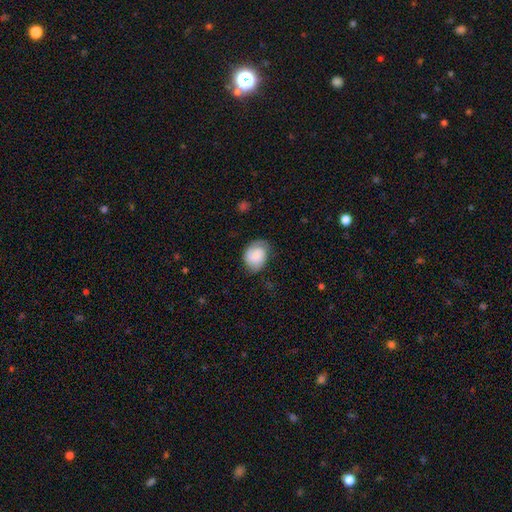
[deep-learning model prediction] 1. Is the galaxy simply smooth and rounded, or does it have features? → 65% smooth, 28% featured or disk, 8% star or artifact.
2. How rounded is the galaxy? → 54% in between, 45% round, 1% cigar-shaped.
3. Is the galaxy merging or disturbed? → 59% none, 30% minor disturbance, 10% major disturbance, 1% merger.